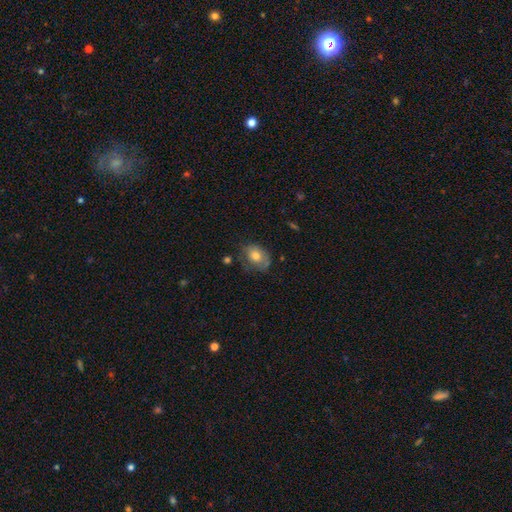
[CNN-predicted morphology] smooth_or_featured: smooth (p=0.69) [alt: featured or disk p=0.23]
how_rounded: in between (p=0.66) [alt: round p=0.32]
merging: none (p=0.52) [alt: minor disturbance p=0.31]